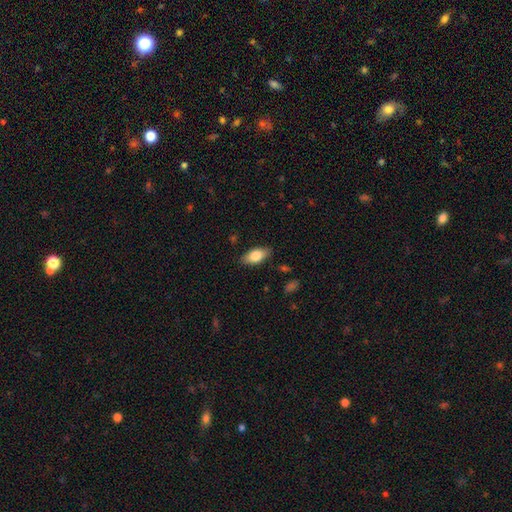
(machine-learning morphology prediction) smooth_or_featured: smooth (p=0.78) [alt: featured or disk p=0.16]
how_rounded: in between (p=0.89) [alt: cigar-shaped p=0.08]
merging: none (p=0.86) [alt: minor disturbance p=0.11]